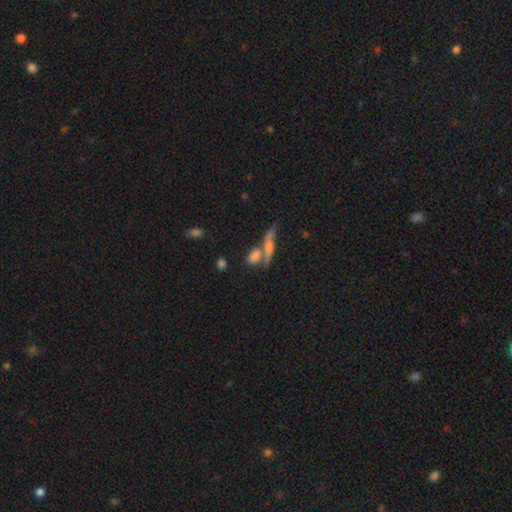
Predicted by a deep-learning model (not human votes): A smooth galaxy with no disk features (65%) that is in between round and cigar-shaped (51%). Merging: none (41%, tied with merger).